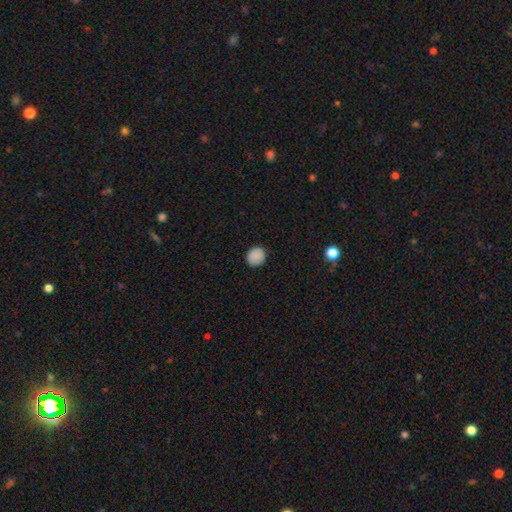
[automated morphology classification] Q: Smooth or featured?
A: smooth (88%); runner-up: star or artifact (9%)
Q: How rounded?
A: round (90%); runner-up: in between (9%)
Q: Merging?
A: none (89%); runner-up: minor disturbance (8%)